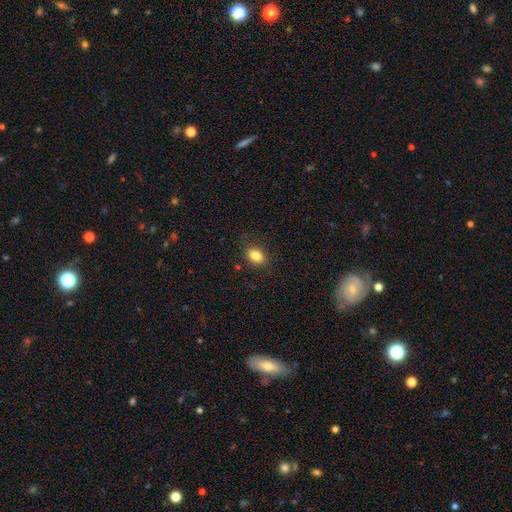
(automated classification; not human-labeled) smooth 83%, star or artifact 9%, featured or disk 7%. Down the decision tree: how rounded — in between (77%); merging — none (85%).